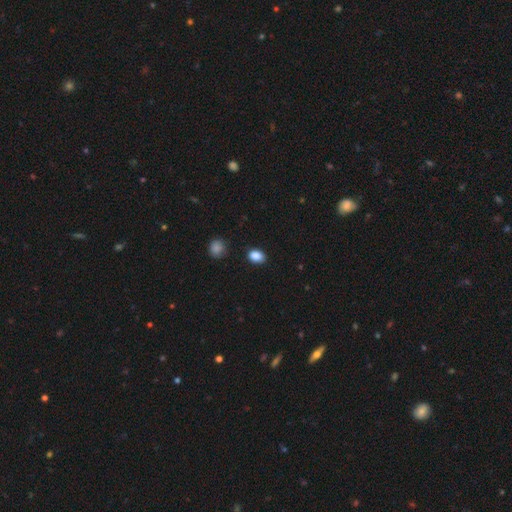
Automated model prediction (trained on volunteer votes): A smooth galaxy with no disk features (87%) that is in between round and cigar-shaped (75%). Merging: none (87%).